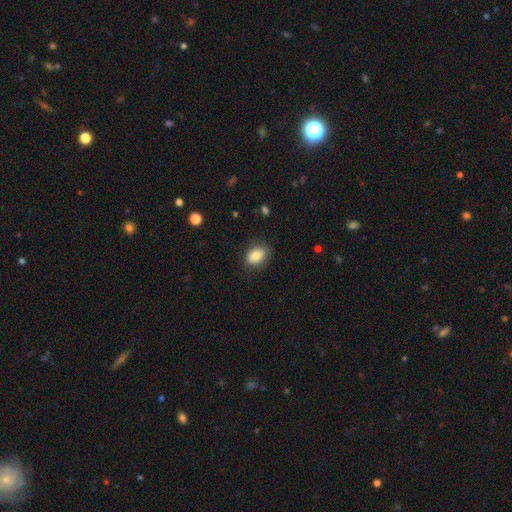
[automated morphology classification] A smooth galaxy with no disk features (81%) that is in between round and cigar-shaped (70%).

Vote fractions:
- Smooth or featured? smooth: 81% / featured or disk: 11% / star or artifact: 8%
- How rounded? in between: 70% / round: 28% / cigar-shaped: 1%
- Merging? none: 81% / minor disturbance: 14% / major disturbance: 4% / merger: 1%